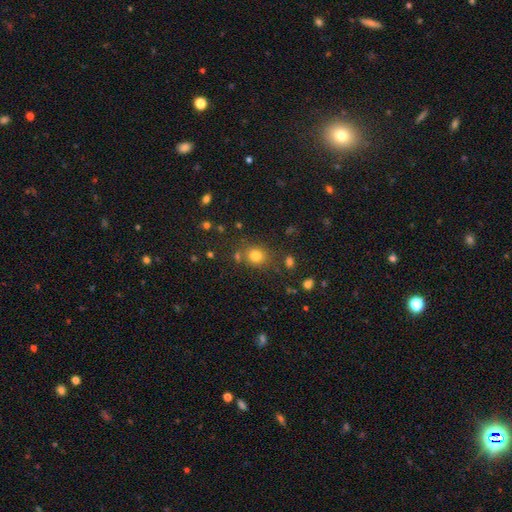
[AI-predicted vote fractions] This is likely a smooth galaxy (78%). How rounded: likely round (74%). Merging: likely none (76%).